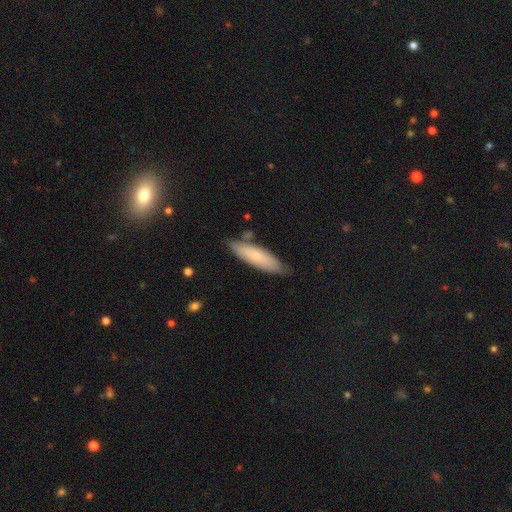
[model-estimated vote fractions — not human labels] Smooth or featured?
  - smooth: 71% *
  - featured or disk: 22%
  - star or artifact: 6%
How rounded?
  - cigar-shaped: 61% *
  - in between: 37%
  - round: 2%
Merging?
  - none: 77% *
  - minor disturbance: 17%
  - merger: 4%
  - major disturbance: 3%